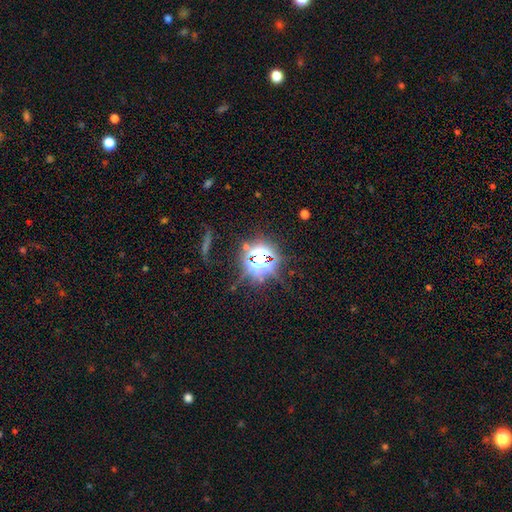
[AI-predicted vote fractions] star or artifact 78%, smooth 13%, featured or disk 9%.